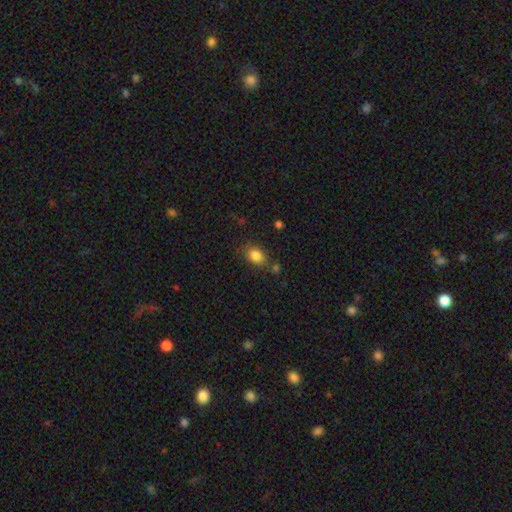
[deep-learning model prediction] smooth 84%, star or artifact 10%, featured or disk 6%. Down the decision tree: how rounded — in between (64%); merging — none (71%).